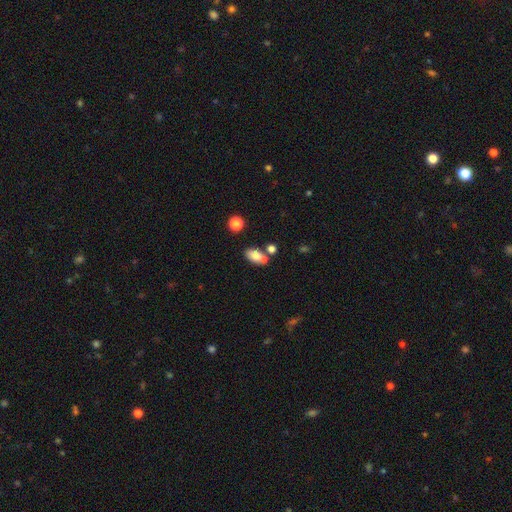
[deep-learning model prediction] The model was most divided on "merging": none: 54%, merger: 27%, minor disturbance: 14%, major disturbance: 5%. More confident: how rounded — in between (87%); smooth or featured — smooth (74%).